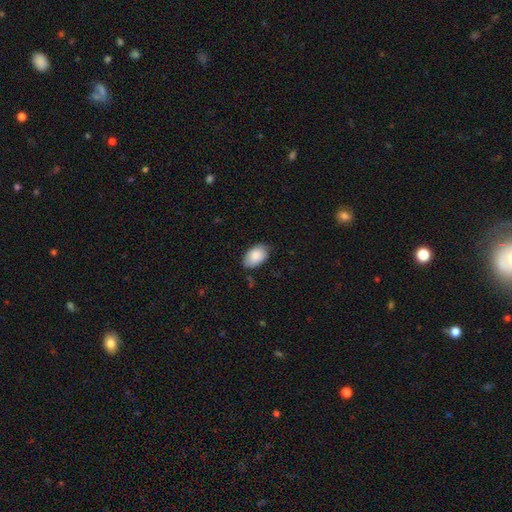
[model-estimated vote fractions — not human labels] A smooth galaxy with no disk features (87%) that is in between round and cigar-shaped (92%).

Vote fractions:
- Smooth or featured? smooth: 87% / featured or disk: 7% / star or artifact: 6%
- How rounded? in between: 92% / round: 6% / cigar-shaped: 1%
- Merging? none: 77% / minor disturbance: 19% / major disturbance: 3% / merger: 1%